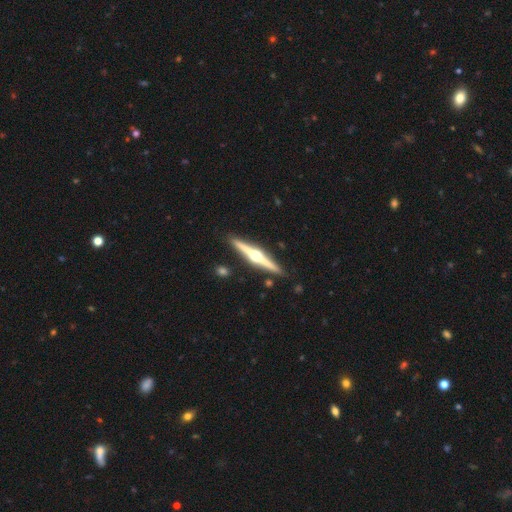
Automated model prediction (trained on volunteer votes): A featured or disk galaxy (84%) viewed edge-on (98%) with a rounded central bulge (97%). Merging: none (91%).